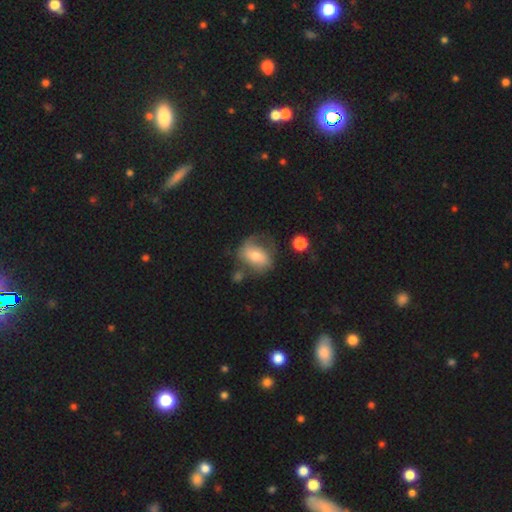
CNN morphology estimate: The model was most divided on "smooth or featured": featured or disk: 52%, smooth: 40%, star or artifact: 8%. Remaining: edge-on disk — no (95%); merging — none (47%).